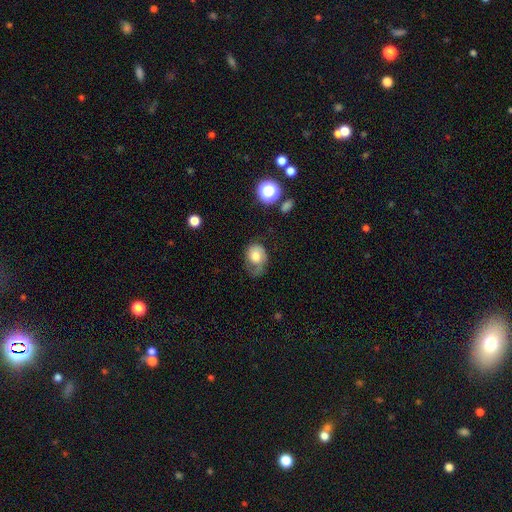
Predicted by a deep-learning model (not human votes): A smooth galaxy with no disk features (59%) that is round (50%).

Vote fractions:
- Smooth or featured? smooth: 59% / featured or disk: 32% / star or artifact: 9%
- How rounded? round: 50% / in between: 49% / cigar-shaped: 1%
- Merging? none: 35% / major disturbance: 31% / minor disturbance: 31% / merger: 2%